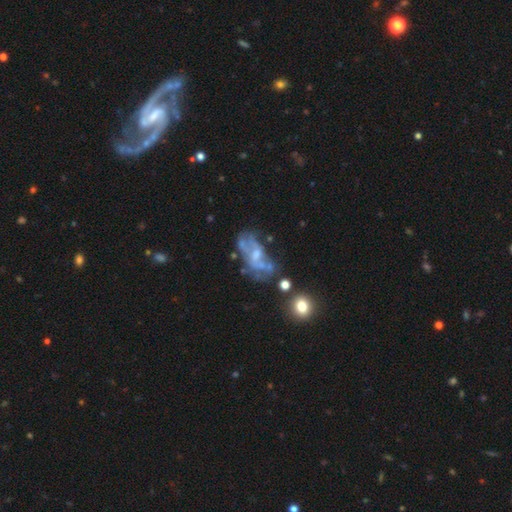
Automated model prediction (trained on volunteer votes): A featured or disk galaxy (69%) with no bar (60%), no spiral arms (57%) and a small central bulge (39%).

Vote fractions:
- Smooth or featured? featured or disk: 69% / smooth: 19% / star or artifact: 12%
- Edge-on disk? no: 94% / yes: 6%
- Bar? no: 60% / weak: 31% / strong: 9%
- Spiral arms? no: 57% / yes: 43%
- Bulge size? small: 39% / moderate: 34% / none: 22% / large: 3% / dominant: 1%
- Merging? none: 39% / major disturbance: 25% / minor disturbance: 21% / merger: 15%